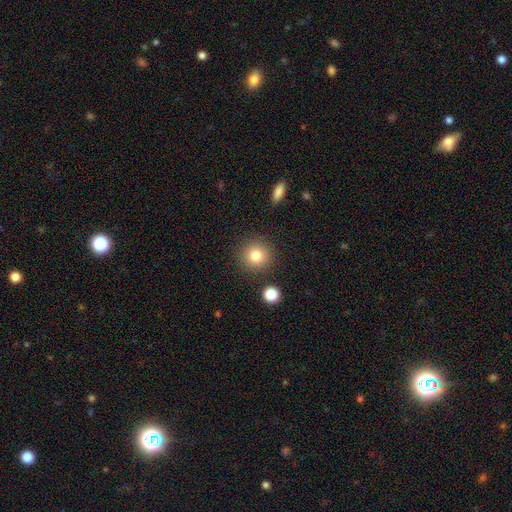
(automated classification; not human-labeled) A smooth galaxy with no disk features (82%) that is round (93%).

Vote fractions:
- Smooth or featured? smooth: 82% / star or artifact: 10% / featured or disk: 7%
- How rounded? round: 93% / in between: 6% / cigar-shaped: 1%
- Merging? none: 86% / minor disturbance: 7% / merger: 4% / major disturbance: 3%